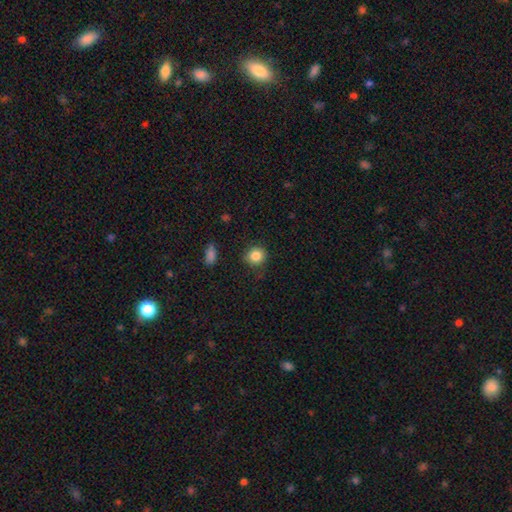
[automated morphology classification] This is clearly a smooth galaxy (85%). How rounded: clearly round (85%). Merging: clearly none (83%).